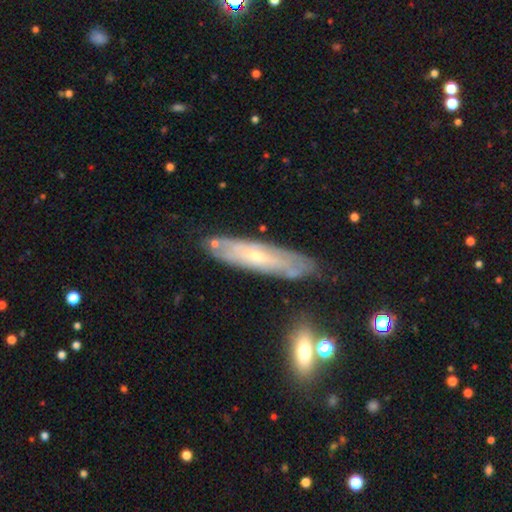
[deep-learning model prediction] The model was most divided on "edge-on disk": no: 60%, yes: 40%. More confident: merging — none (75%); smooth or featured — featured or disk (63%).